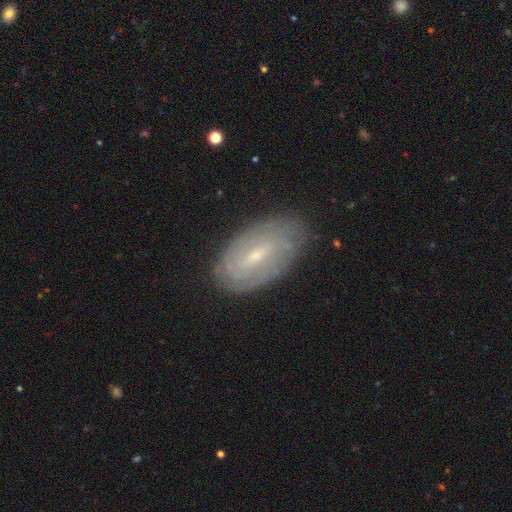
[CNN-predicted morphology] Smooth or featured: featured or disk — 64% (smooth — 29%)
Edge-on disk: no — 91% (yes — 9%)
Bar: weak — 56% (no — 22%)
Spiral arms: yes — 73% (no — 27%)
Bulge size: small — 66% (moderate — 28%)
Merging: none — 77% (minor disturbance — 17%)